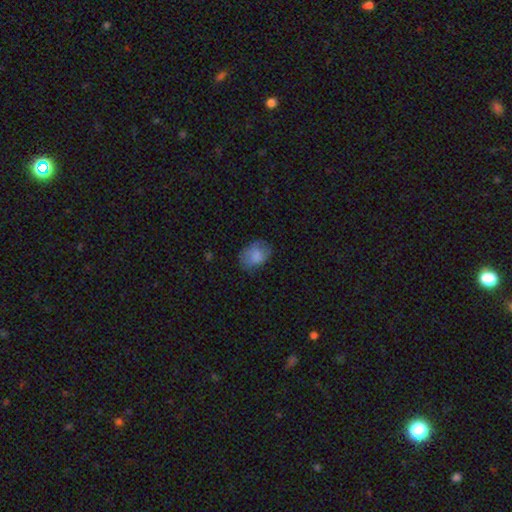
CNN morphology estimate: smooth-or-featured: smooth: 81% | featured or disk: 11% | star or artifact: 8%
  how-rounded: in between: 76% | round: 23% | cigar-shaped: 1%
  merging: none: 69% | minor disturbance: 23% | major disturbance: 7% | merger: 1%